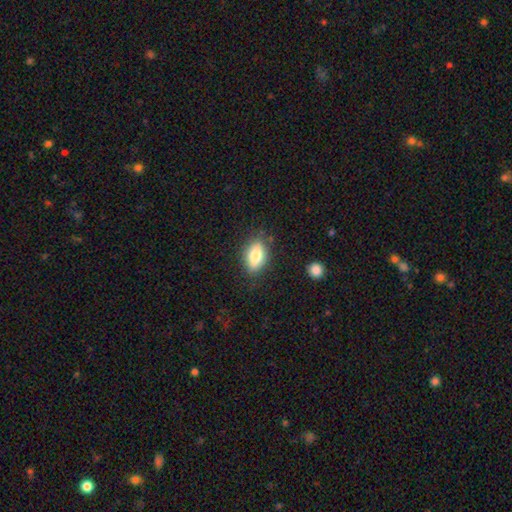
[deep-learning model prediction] Morphology: type=smooth (74%); roundness=in between (84%); merging=none (81%).